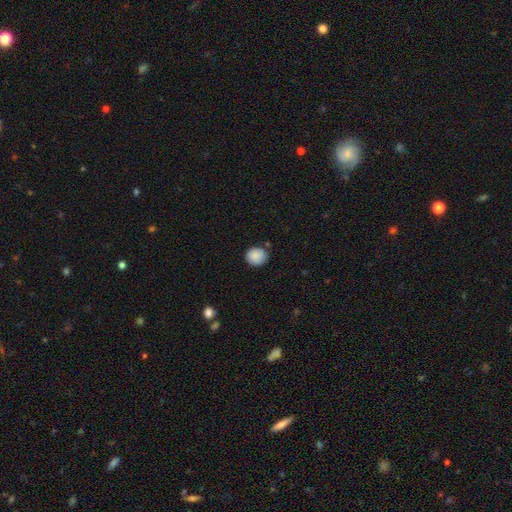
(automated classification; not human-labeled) Smooth or featured?
  - smooth: 88% *
  - star or artifact: 8%
  - featured or disk: 4%
How rounded?
  - round: 76% *
  - in between: 23%
  - cigar-shaped: 1%
Merging?
  - none: 78% *
  - minor disturbance: 15%
  - merger: 4%
  - major disturbance: 3%